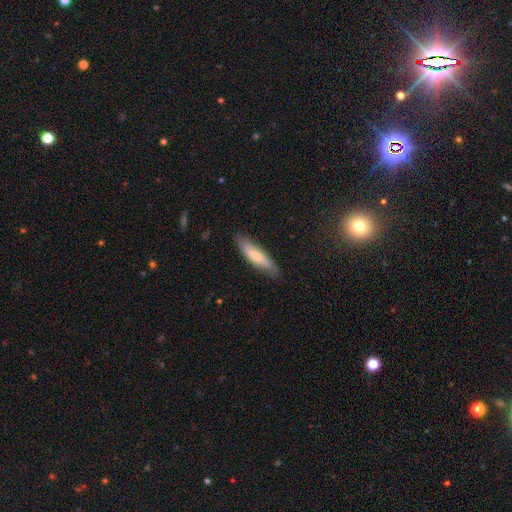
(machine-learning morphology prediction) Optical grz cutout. It shows a smooth galaxy with no disk features (67%) that is cigar-shaped (66%). Merging: none (79%).